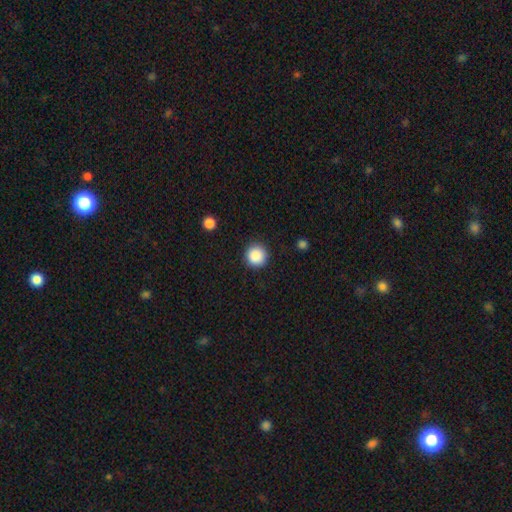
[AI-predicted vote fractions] smooth_or_featured: smooth (p=0.88) [alt: star or artifact p=0.09]
how_rounded: round (p=0.95) [alt: in between p=0.04]
merging: none (p=0.90) [alt: minor disturbance p=0.06]